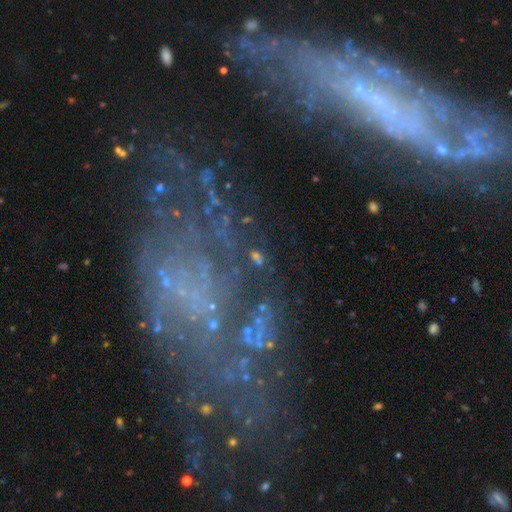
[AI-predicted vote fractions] A featured or disk galaxy (41%).

Vote fractions:
- Smooth or featured? featured or disk: 41% / star or artifact: 31% / smooth: 29%
- Merging? none: 64% / minor disturbance: 17% / major disturbance: 13% / merger: 6%